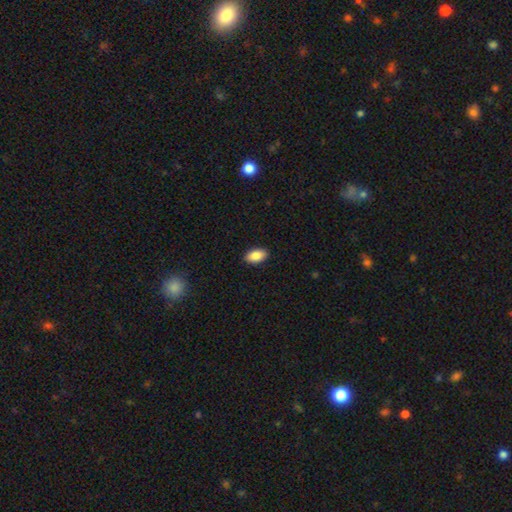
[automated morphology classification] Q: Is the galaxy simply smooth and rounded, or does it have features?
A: smooth — 88%.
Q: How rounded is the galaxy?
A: in between — 94%.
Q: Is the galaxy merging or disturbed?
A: none — 90%.